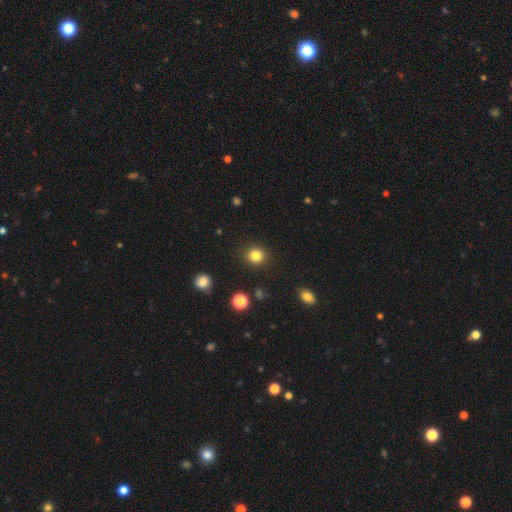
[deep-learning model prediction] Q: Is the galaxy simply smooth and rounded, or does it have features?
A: smooth — 83%.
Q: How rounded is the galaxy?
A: round — 87%.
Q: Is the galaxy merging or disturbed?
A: none — 90%.